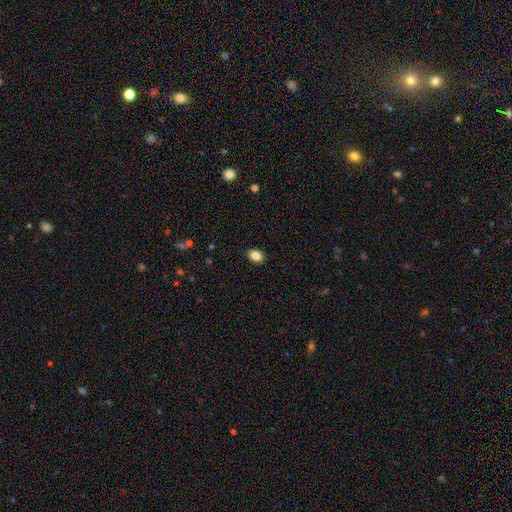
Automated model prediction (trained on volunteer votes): A smooth galaxy with no disk features (85%) that is in between round and cigar-shaped (81%).

Vote fractions:
- Smooth or featured? smooth: 85% / star or artifact: 9% / featured or disk: 6%
- How rounded? in between: 81% / round: 18% / cigar-shaped: 1%
- Merging? none: 89% / minor disturbance: 8% / major disturbance: 2% / merger: 1%